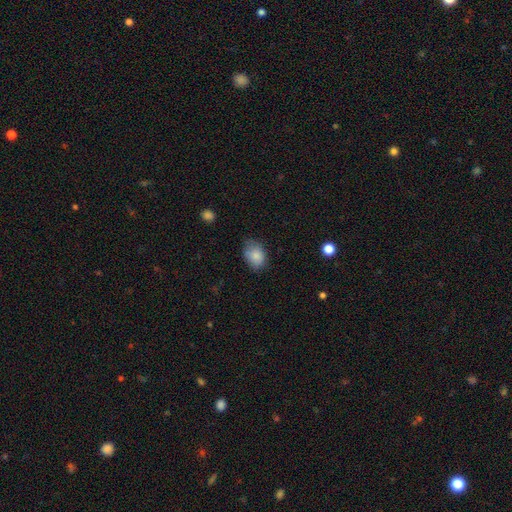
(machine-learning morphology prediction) smooth 84%, featured or disk 8%, star or artifact 8%. Down the decision tree: how rounded — in between (75%); merging — none (66%).